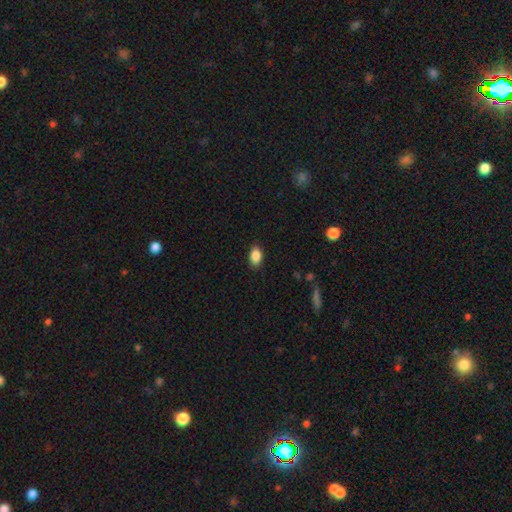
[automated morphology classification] This appears to be a smooth galaxy with no disk features (87%) that is in between round and cigar-shaped (90%). Merging: none (87%).